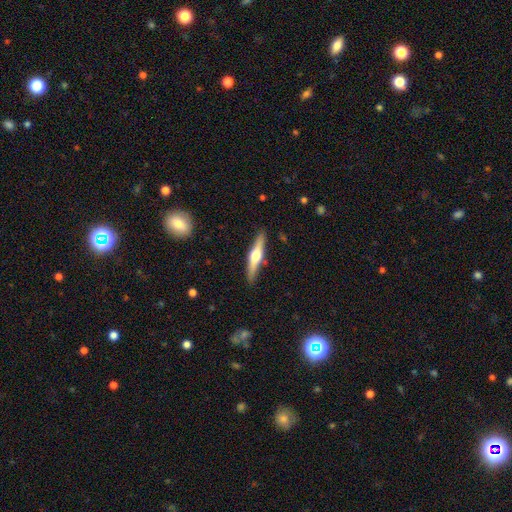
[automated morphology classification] smooth-or-featured: featured or disk: 59% | smooth: 36% | star or artifact: 5%
  disk-edge-on: yes: 95% | no: 5%
    edge-on-bulge: rounded: 93% | boxy: 4% | none: 3%
  merging: none: 88% | minor disturbance: 9% | major disturbance: 2% | merger: 2%